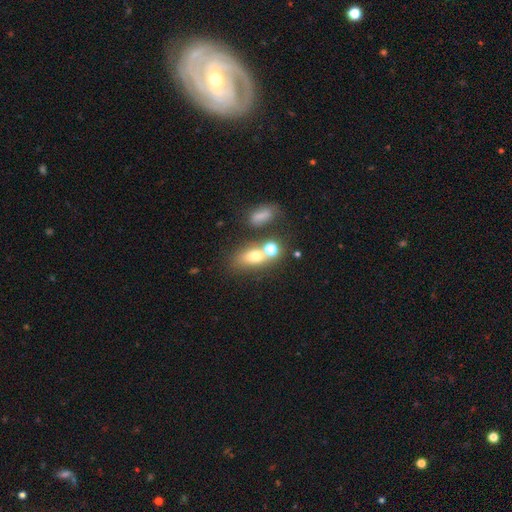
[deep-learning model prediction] A smooth galaxy with no disk features (67%) that is in between round and cigar-shaped (64%). Merging: none (46%).